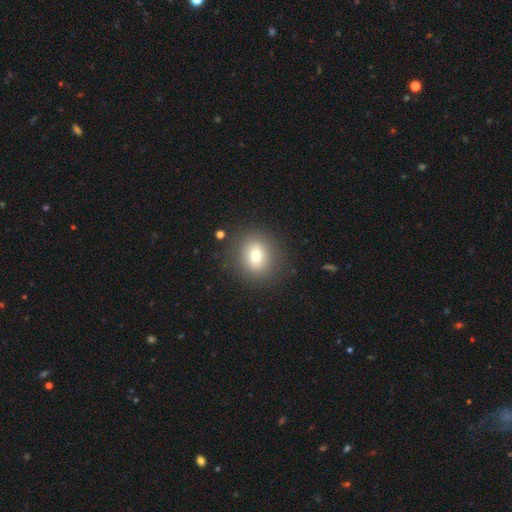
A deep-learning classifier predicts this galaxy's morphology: Smooth or featured? Predicted: smooth (p=0.73). How rounded? Predicted: round (p=0.69). Merging? Predicted: none (p=0.87).